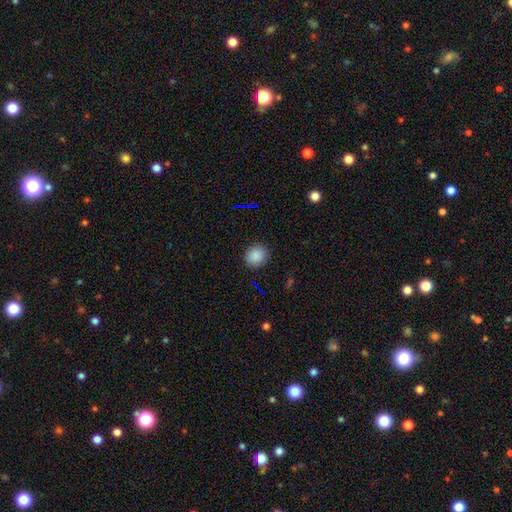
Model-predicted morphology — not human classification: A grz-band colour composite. It shows a smooth galaxy with no disk features (86%) that is round (77%). Merging: none (89%).